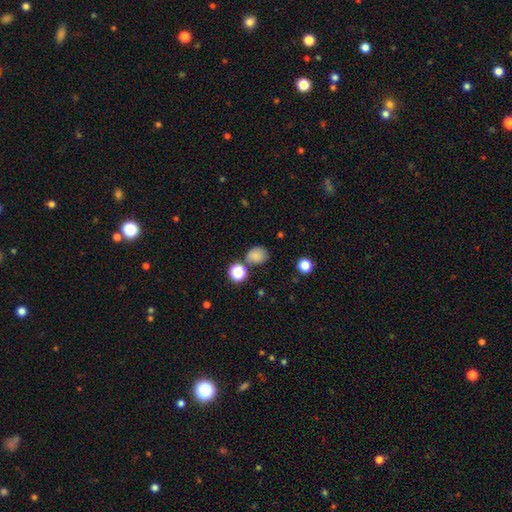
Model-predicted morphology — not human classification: smooth 79%, star or artifact 15%, featured or disk 6%. Down the decision tree: how rounded — round (61%); merging — none (67%).